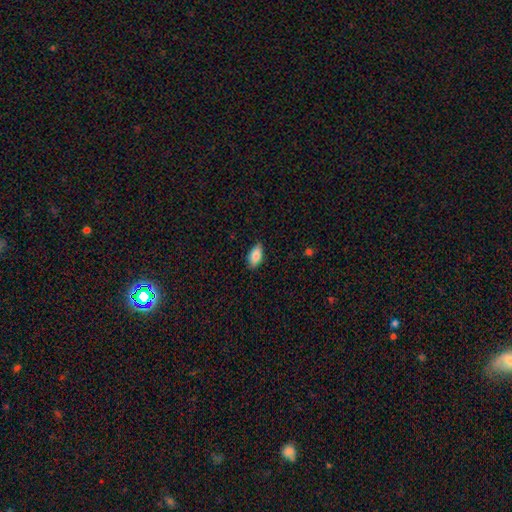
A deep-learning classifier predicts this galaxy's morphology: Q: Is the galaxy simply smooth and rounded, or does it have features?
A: smooth — 84%.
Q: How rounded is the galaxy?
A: in between — 90%.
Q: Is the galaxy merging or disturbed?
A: none — 84%.